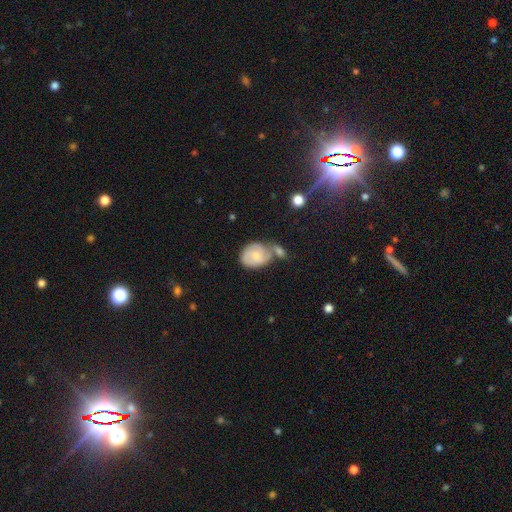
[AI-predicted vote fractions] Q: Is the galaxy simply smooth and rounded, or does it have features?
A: smooth — 49%.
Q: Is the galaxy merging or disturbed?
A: merger — 42%.